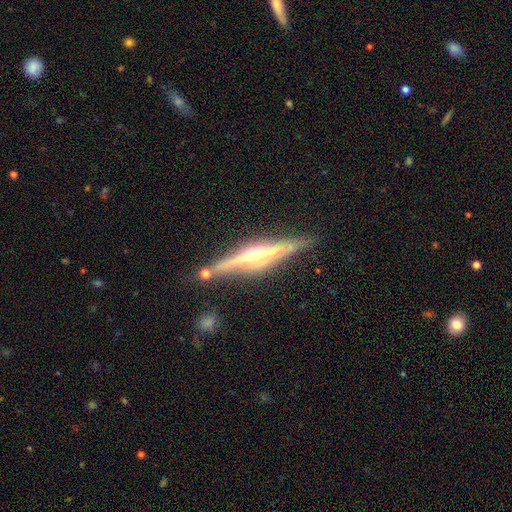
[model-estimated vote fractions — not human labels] The model was most divided on "merging": none: 81%, minor disturbance: 12%, merger: 4%, major disturbance: 3%. More confident: edge-on disk — yes (97%); smooth or featured — featured or disk (82%); edge-on bulge — rounded (82%).